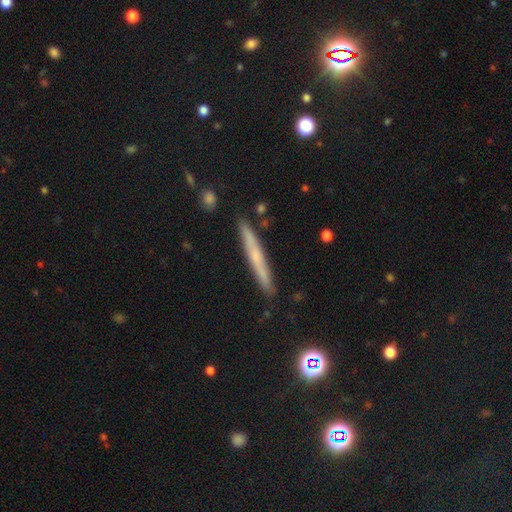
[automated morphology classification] Overall: featured or disk (46%; smooth 45%). Merging: none (87%).